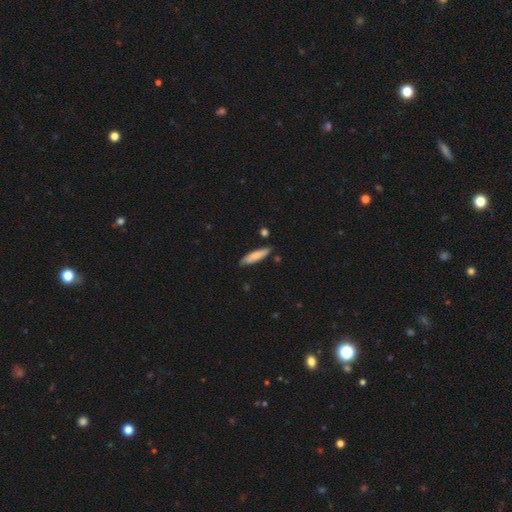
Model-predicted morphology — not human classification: Smooth or featured? Predicted: smooth (p=0.79). How rounded? Predicted: cigar-shaped (p=0.74). Merging? Predicted: none (p=0.82).